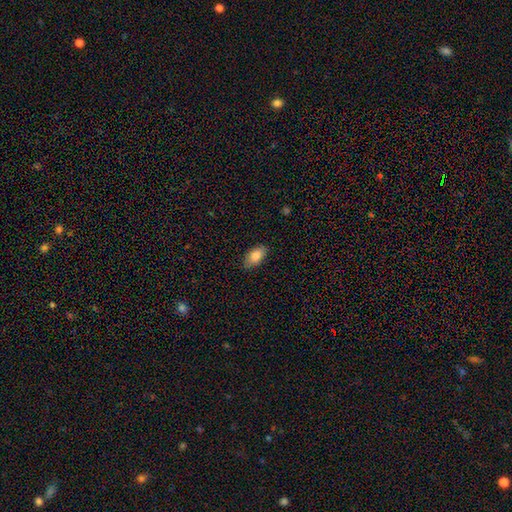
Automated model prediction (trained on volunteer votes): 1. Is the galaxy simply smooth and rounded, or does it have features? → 83% smooth, 9% featured or disk, 7% star or artifact.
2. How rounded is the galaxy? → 91% in between, 5% round, 4% cigar-shaped.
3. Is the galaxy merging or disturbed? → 83% none, 14% minor disturbance, 2% major disturbance, 1% merger.